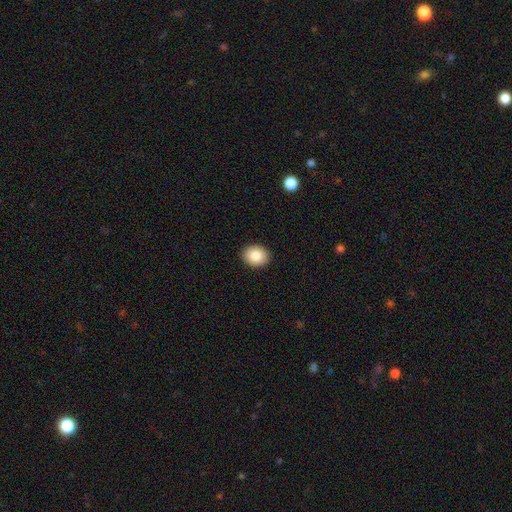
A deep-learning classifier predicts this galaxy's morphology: This is clearly a smooth galaxy (86%). How rounded: possibly round (52%). Merging: clearly none (92%).